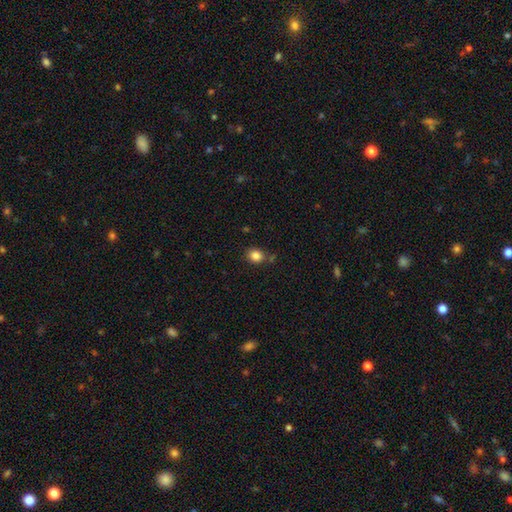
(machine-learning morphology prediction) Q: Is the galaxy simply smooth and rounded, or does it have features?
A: smooth — 85%.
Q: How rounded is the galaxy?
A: round — 68%.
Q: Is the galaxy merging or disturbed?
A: none — 78%.